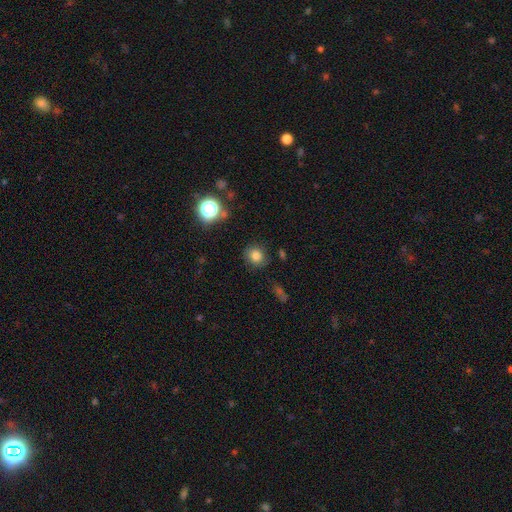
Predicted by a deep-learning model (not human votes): Morphology: type=smooth (79%); roundness=round (85%); merging=none (85%).